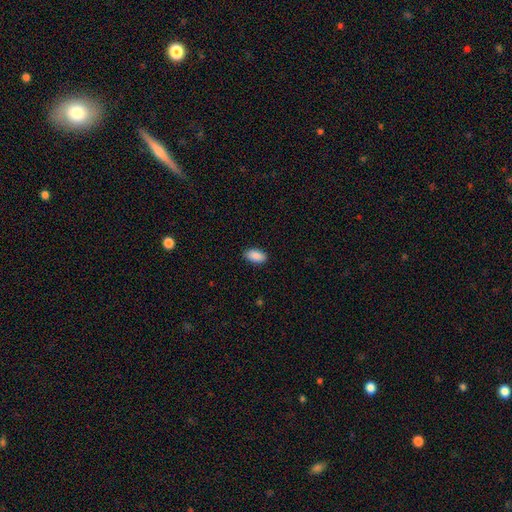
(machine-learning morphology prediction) A smooth galaxy with no disk features (90%) that is in between round and cigar-shaped (94%). Merging: none (89%).